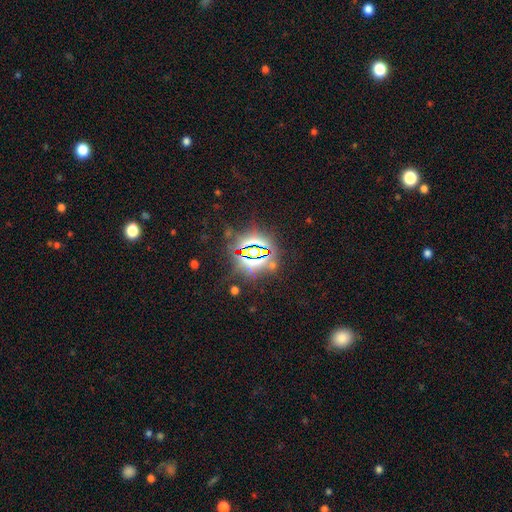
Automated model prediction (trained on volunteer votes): A star or artifact, not a galaxy (80%).